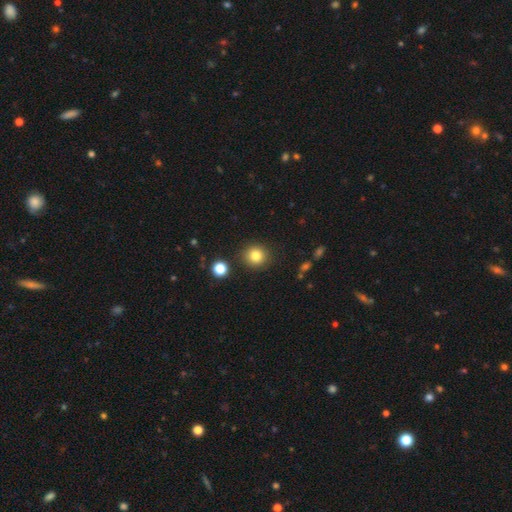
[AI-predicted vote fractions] Smooth or featured? Predicted: smooth (p=0.83). How rounded? Predicted: round (p=0.90). Merging? Predicted: none (p=0.88).